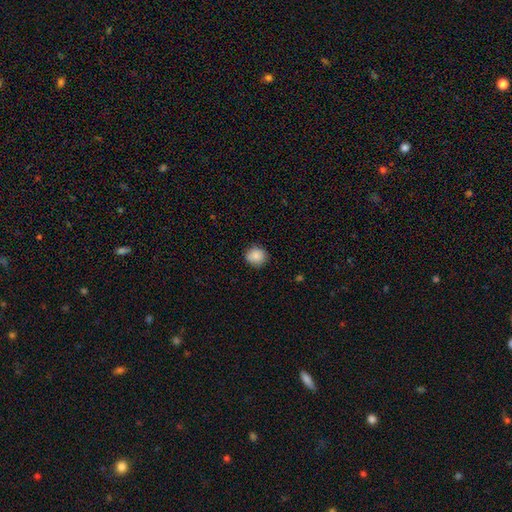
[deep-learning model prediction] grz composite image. It shows a smooth galaxy with no disk features (86%) that is round (87%). Merging: none (86%).